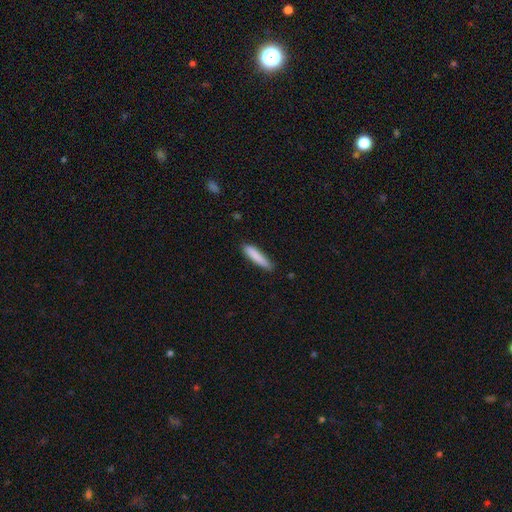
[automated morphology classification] Smooth or featured: smooth — 84% (featured or disk — 10%)
How rounded: cigar-shaped — 87% (in between — 12%)
Merging: none — 82% (minor disturbance — 14%)